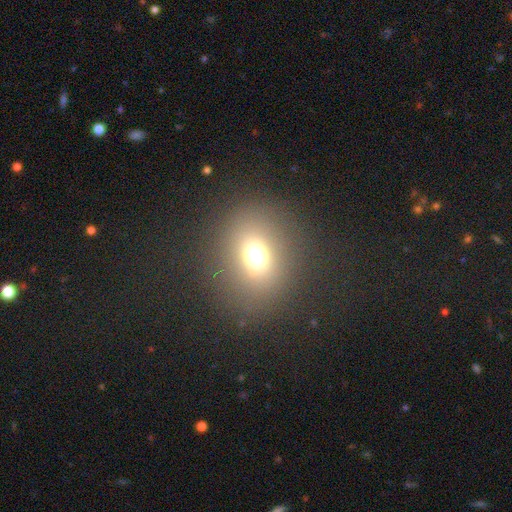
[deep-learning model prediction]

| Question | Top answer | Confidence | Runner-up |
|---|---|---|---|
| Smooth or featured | smooth | 67% | star or artifact (23%) |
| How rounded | round | 64% | in between (35%) |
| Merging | none | 84% | minor disturbance (8%) |